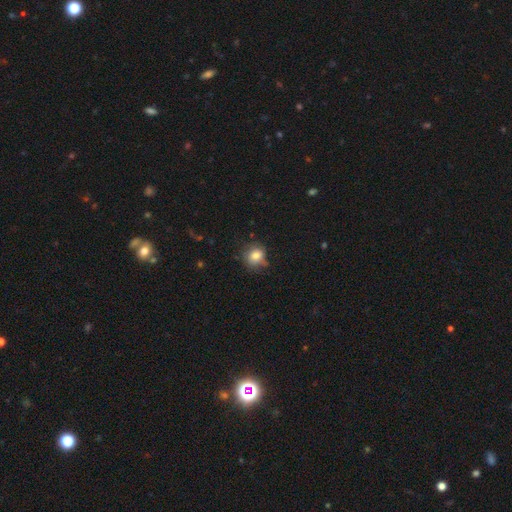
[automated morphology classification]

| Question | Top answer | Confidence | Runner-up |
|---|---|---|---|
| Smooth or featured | smooth | 80% | star or artifact (10%) |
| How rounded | round | 76% | in between (23%) |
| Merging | none | 69% | minor disturbance (23%) |